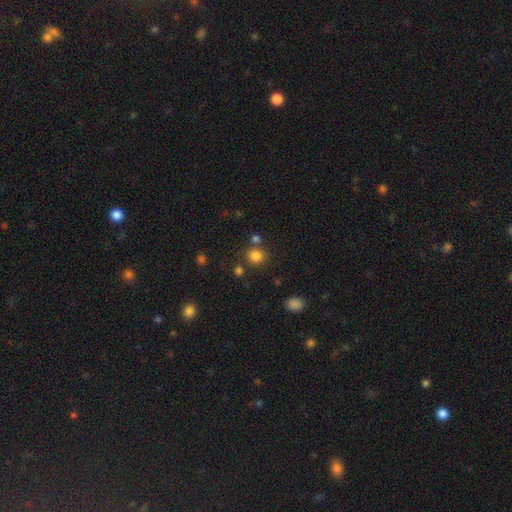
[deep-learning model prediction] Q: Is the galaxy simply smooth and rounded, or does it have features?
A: smooth — 81%.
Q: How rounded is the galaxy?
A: round — 85%.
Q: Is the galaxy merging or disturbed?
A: none — 75%.